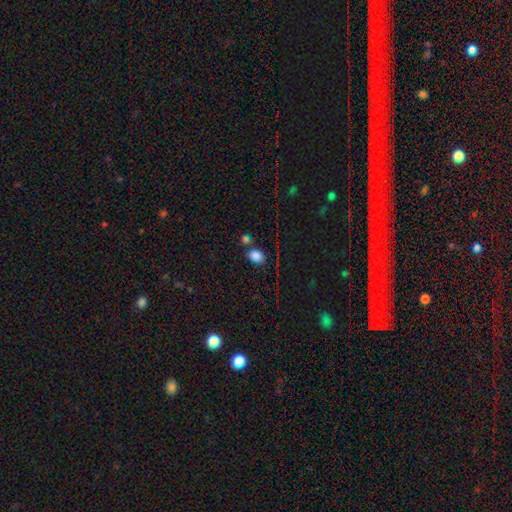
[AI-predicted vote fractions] A smooth galaxy with no disk features (80%) that is in between round and cigar-shaped (66%).

Vote fractions:
- Smooth or featured? smooth: 80% / star or artifact: 15% / featured or disk: 6%
- How rounded? in between: 66% / round: 33% / cigar-shaped: 1%
- Merging? none: 69% / merger: 13% / minor disturbance: 13% / major disturbance: 5%